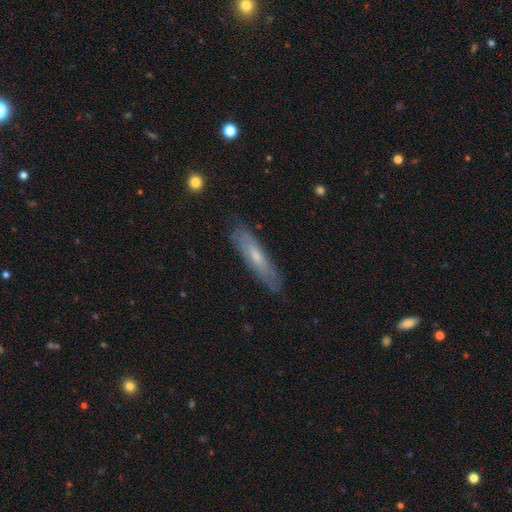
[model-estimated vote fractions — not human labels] smooth-or-featured: featured or disk: 47% | smooth: 46% | star or artifact: 7%
  merging: none: 82% | minor disturbance: 13% | major disturbance: 3% | merger: 1%